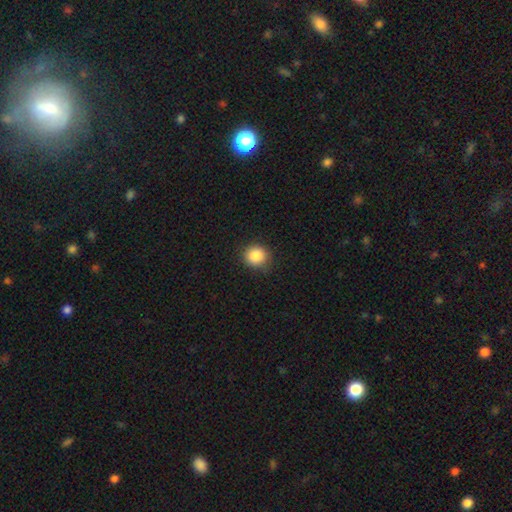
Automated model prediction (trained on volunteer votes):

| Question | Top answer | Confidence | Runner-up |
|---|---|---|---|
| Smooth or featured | smooth | 86% | star or artifact (10%) |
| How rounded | round | 89% | in between (10%) |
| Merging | none | 88% | minor disturbance (9%) |